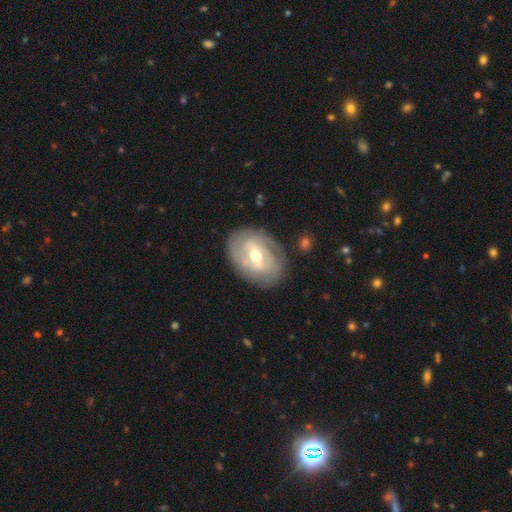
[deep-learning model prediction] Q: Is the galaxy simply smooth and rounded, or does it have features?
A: featured or disk — 73%.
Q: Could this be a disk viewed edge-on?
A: no — 94%.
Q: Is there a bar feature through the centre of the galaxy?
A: weak — 45%.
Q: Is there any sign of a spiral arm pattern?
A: yes — 66%.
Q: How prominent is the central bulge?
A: moderate — 73%.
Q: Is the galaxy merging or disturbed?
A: none — 79%.